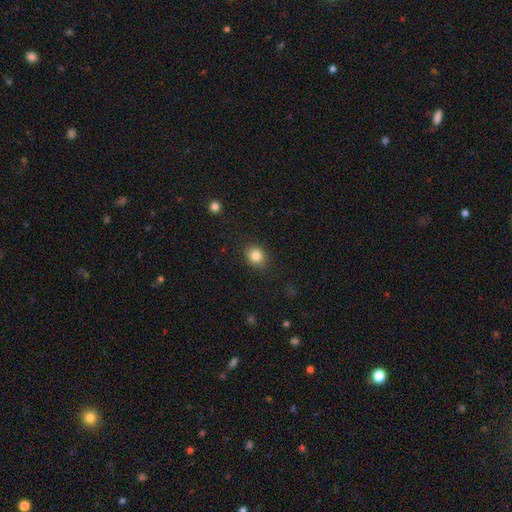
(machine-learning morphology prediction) Overall: smooth (84%). How rounded: round (71%). Merging: none (85%).